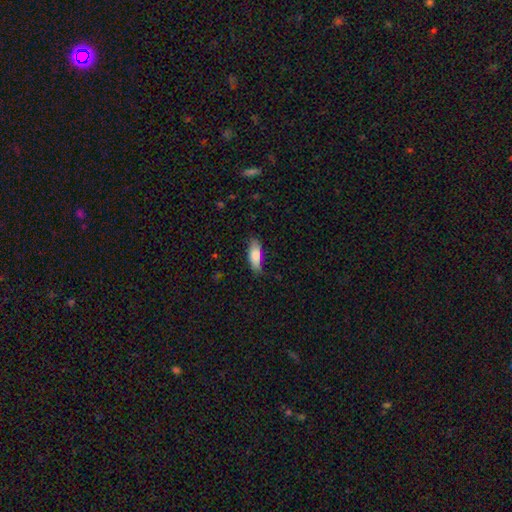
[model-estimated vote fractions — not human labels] Smooth or featured? smooth (82%)
How rounded? in between (69%)
Merging? none (72%)